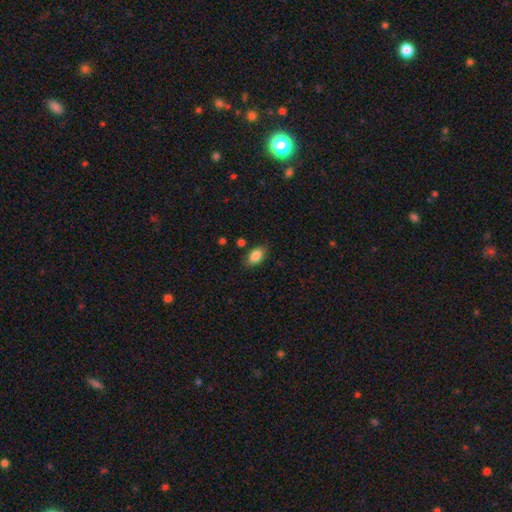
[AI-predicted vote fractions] smooth 85%, featured or disk 8%, star or artifact 8%. Down the decision tree: how rounded — in between (89%); merging — none (78%).